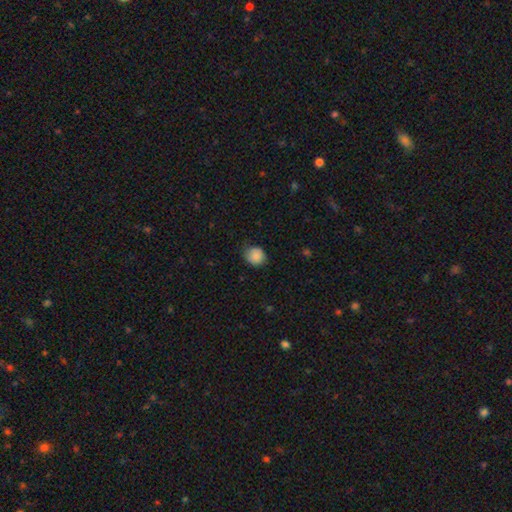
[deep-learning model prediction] Smooth or featured: smooth — 85% (star or artifact — 8%)
How rounded: round — 69% (in between — 31%)
Merging: none — 71% (minor disturbance — 24%)